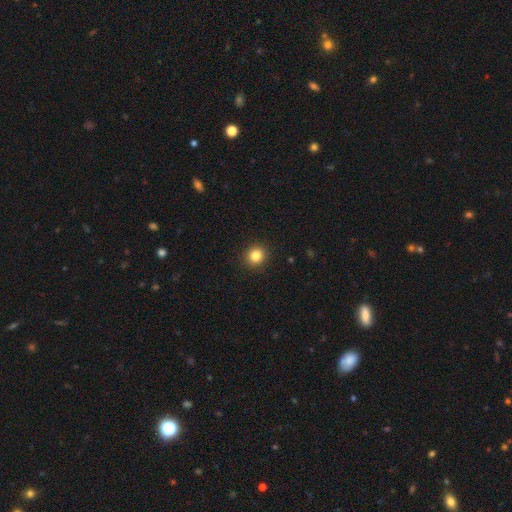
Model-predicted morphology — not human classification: Smooth or featured?
  - smooth: 84% *
  - star or artifact: 11%
  - featured or disk: 5%
How rounded?
  - round: 90% *
  - in between: 9%
  - cigar-shaped: 1%
Merging?
  - none: 92% *
  - minor disturbance: 5%
  - major disturbance: 2%
  - merger: 1%